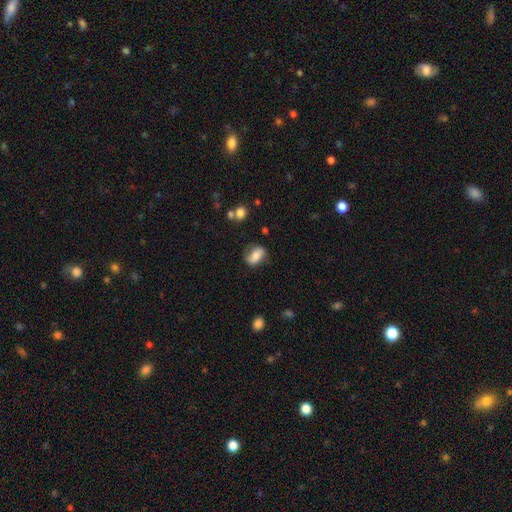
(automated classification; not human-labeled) Overall: smooth (60%; featured or disk 32%). How rounded: in between (78%). Merging: none (69%).